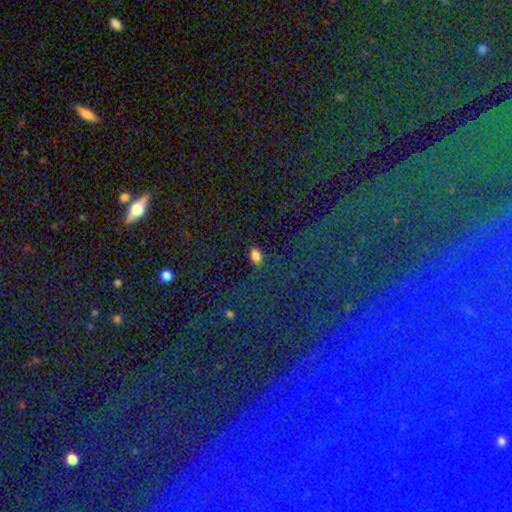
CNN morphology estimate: Smooth or featured: smooth — 78% (star or artifact — 17%)
How rounded: in between — 70% (round — 28%)
Merging: none — 80% (minor disturbance — 13%)